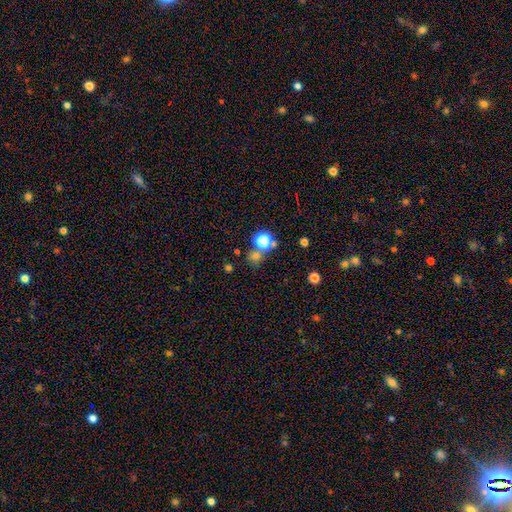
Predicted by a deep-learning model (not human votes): Smooth or featured?
  - smooth: 63% *
  - star or artifact: 30%
  - featured or disk: 7%
How rounded?
  - round: 84% *
  - in between: 15%
  - cigar-shaped: 1%
Merging?
  - none: 65% *
  - merger: 21%
  - minor disturbance: 9%
  - major disturbance: 5%